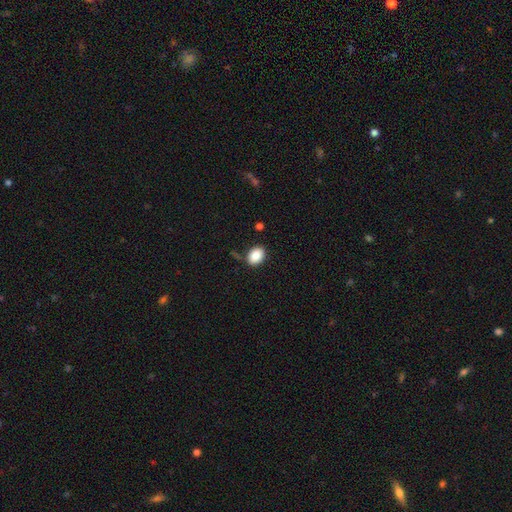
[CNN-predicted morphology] smooth 87%, star or artifact 8%, featured or disk 5%. Down the decision tree: how rounded — in between (75%); merging — none (81%).